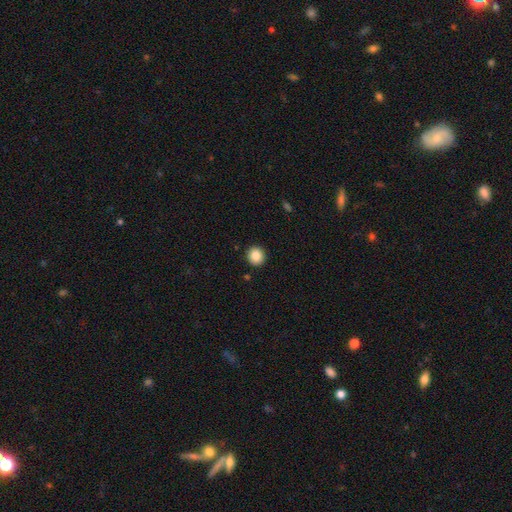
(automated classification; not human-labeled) smooth_or_featured: smooth (p=0.87) [alt: star or artifact p=0.09]
how_rounded: round (p=0.89) [alt: in between p=0.10]
merging: none (p=0.92) [alt: minor disturbance p=0.05]